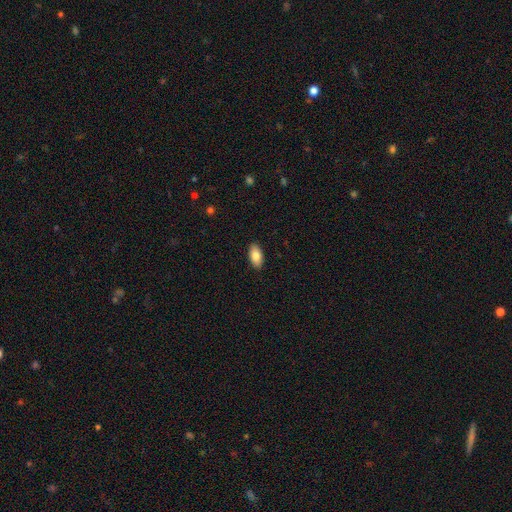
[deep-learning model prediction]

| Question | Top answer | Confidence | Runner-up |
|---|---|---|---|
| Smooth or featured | smooth | 83% | featured or disk (10%) |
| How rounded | in between | 93% | cigar-shaped (5%) |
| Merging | none | 90% | minor disturbance (8%) |